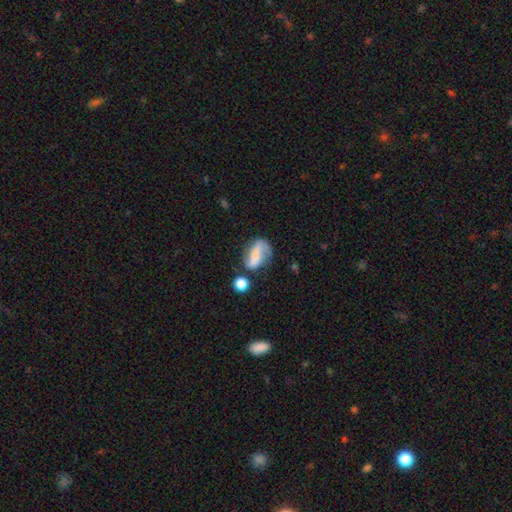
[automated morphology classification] smooth 49%, featured or disk 40%, star or artifact 11%. Down the decision tree: merging — none (42%).